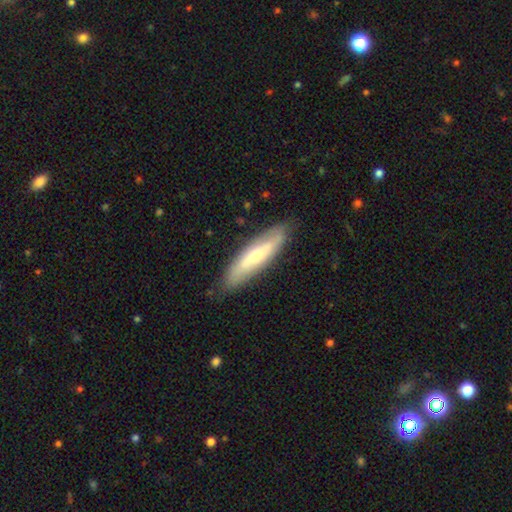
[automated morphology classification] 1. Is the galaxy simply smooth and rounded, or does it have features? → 50% smooth, 44% featured or disk, 6% star or artifact.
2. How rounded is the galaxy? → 70% cigar-shaped, 28% in between, 2% round.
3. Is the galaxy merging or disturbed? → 83% none, 13% minor disturbance, 3% major disturbance, 1% merger.